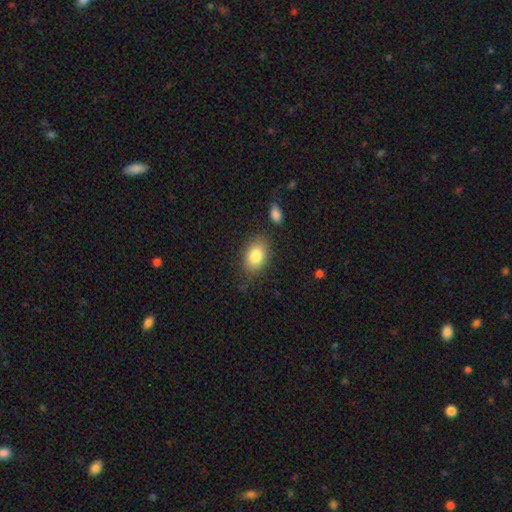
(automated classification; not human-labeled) This appears to be a smooth galaxy with no disk features (83%) that is in between round and cigar-shaped (82%). Merging: none (80%).